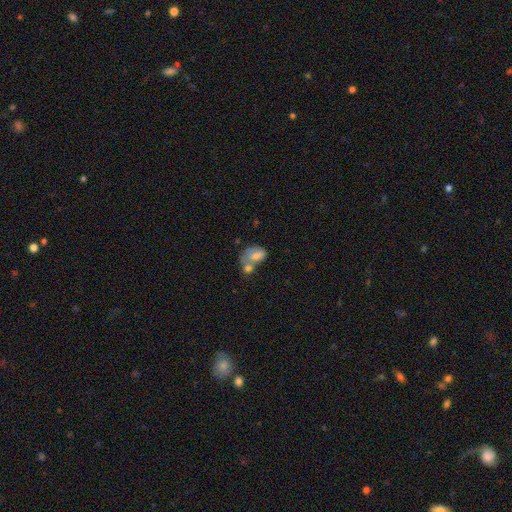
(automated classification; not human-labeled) Overall: smooth (70%). How rounded: in between (81%). Merging: merger (50%; none 20%).